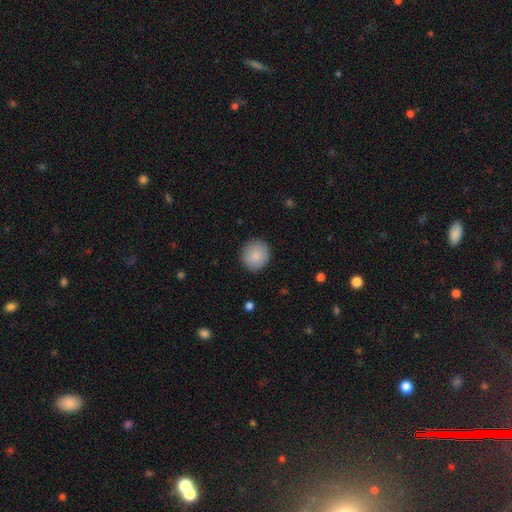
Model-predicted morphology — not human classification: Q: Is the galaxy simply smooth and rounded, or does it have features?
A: smooth — 86%.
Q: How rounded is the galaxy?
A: round — 88%.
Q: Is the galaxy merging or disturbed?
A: none — 89%.